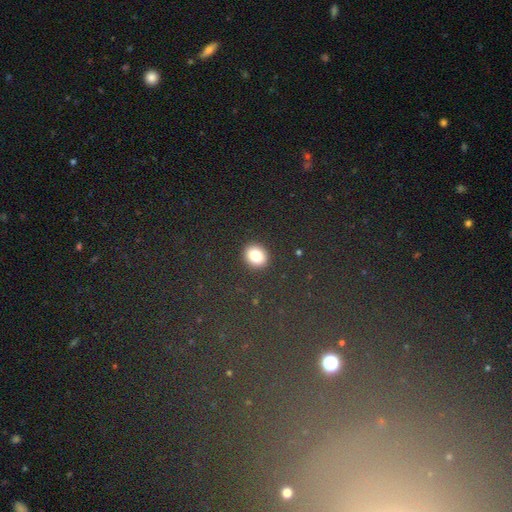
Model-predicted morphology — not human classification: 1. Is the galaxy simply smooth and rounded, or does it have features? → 83% smooth, 11% star or artifact, 6% featured or disk.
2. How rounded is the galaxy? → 58% round, 41% in between, 1% cigar-shaped.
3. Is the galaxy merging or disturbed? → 90% none, 7% minor disturbance, 2% major disturbance, 1% merger.